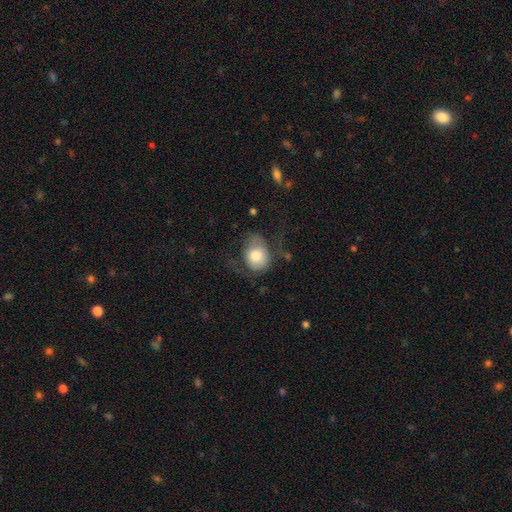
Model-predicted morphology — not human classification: A smooth galaxy with no disk features (66%) that is in between round and cigar-shaped (61%). Merging: none (38%).